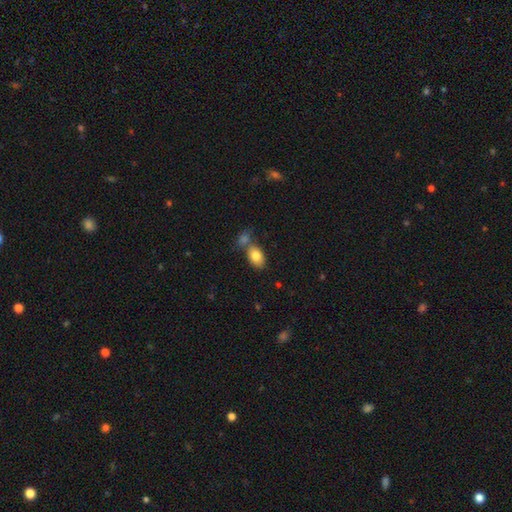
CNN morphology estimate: The model was most divided on "merging": none: 53%, merger: 30%, minor disturbance: 13%, major disturbance: 4%. More confident: how rounded — in between (87%); smooth or featured — smooth (82%).